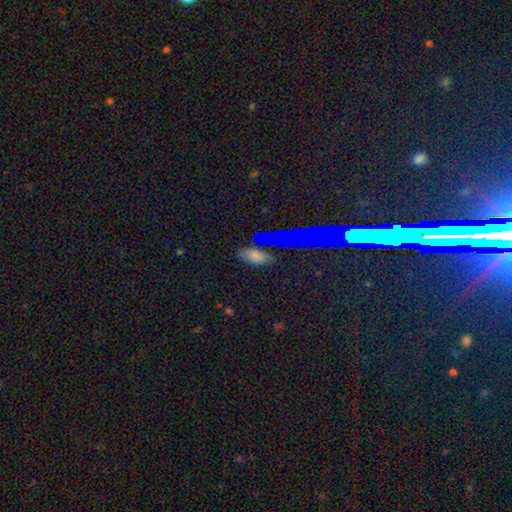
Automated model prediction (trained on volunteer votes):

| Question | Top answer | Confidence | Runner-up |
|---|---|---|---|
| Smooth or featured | smooth | 64% | star or artifact (23%) |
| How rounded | in between | 82% | cigar-shaped (11%) |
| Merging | none | 81% | minor disturbance (13%) |